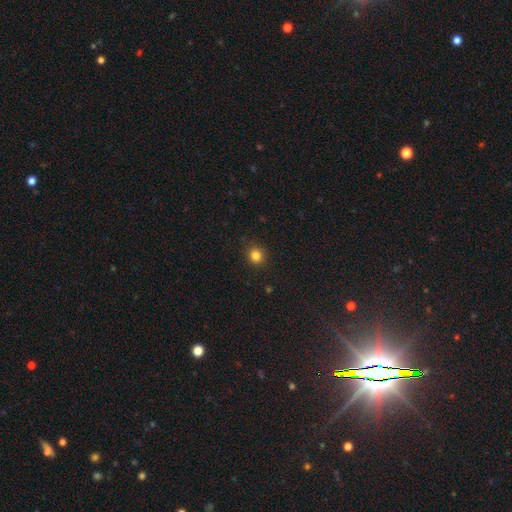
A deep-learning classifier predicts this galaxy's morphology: smooth_or_featured: smooth (p=0.83) [alt: star or artifact p=0.13]
how_rounded: round (p=0.86) [alt: in between p=0.13]
merging: none (p=0.89) [alt: minor disturbance p=0.08]